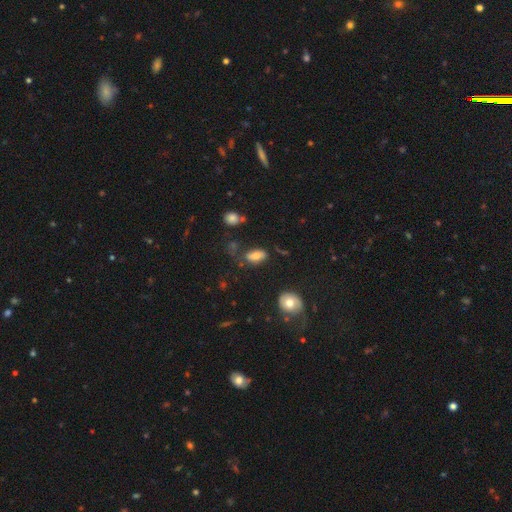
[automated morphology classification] This appears to be a smooth galaxy with no disk features (78%) that is in between round and cigar-shaped (91%). Merging: none (63%).